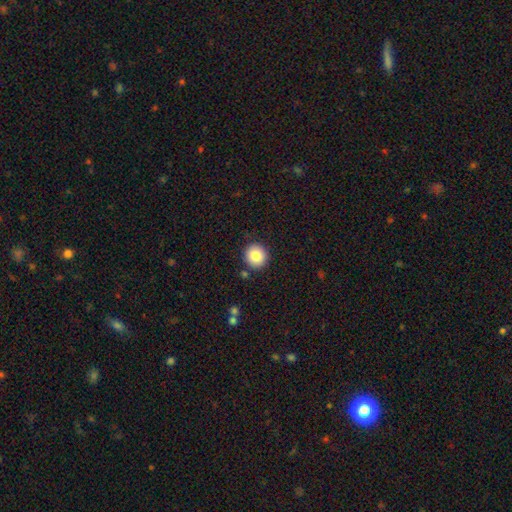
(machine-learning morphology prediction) This is clearly a smooth galaxy (84%). How rounded: clearly round (93%). Merging: clearly none (89%).